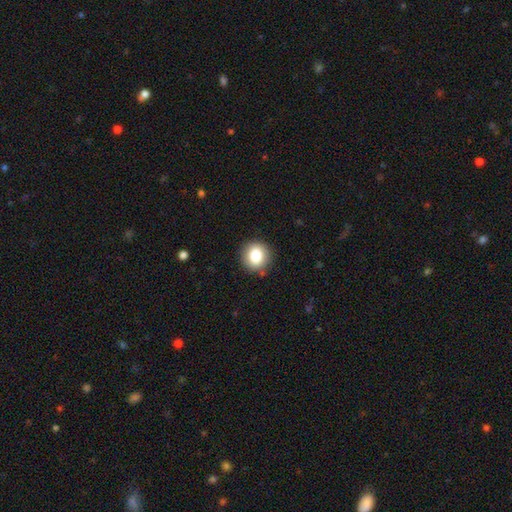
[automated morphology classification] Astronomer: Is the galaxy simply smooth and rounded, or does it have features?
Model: smooth — 83%.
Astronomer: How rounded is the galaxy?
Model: round — 90%.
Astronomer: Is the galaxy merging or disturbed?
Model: none — 88%.